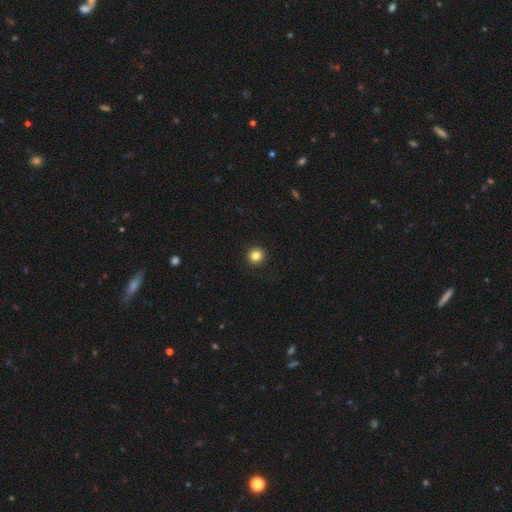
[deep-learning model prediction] smooth 83%, star or artifact 12%, featured or disk 5%. Down the decision tree: how rounded — round (94%); merging — none (93%).